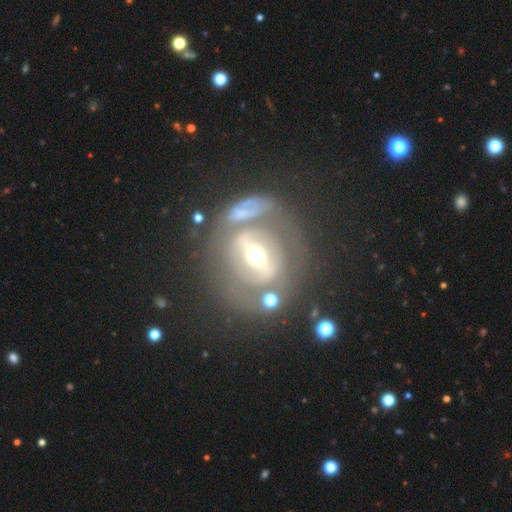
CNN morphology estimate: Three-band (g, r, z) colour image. It shows a featured or disk galaxy (76%) with a strong bar (47%), no spiral arms (53%) and a moderate central bulge (55%). Merging: none (56%).